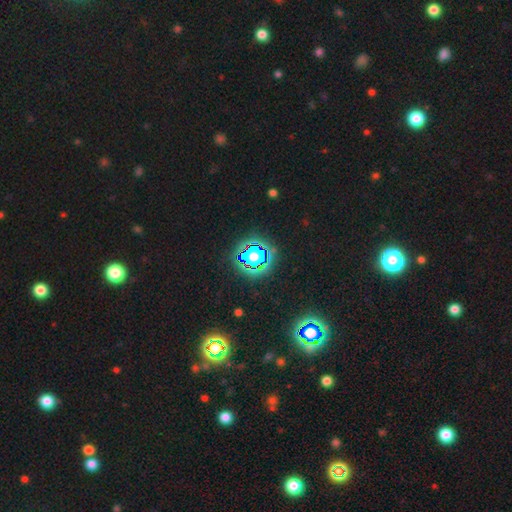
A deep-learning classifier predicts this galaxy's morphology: Smooth or featured? star or artifact (80%)